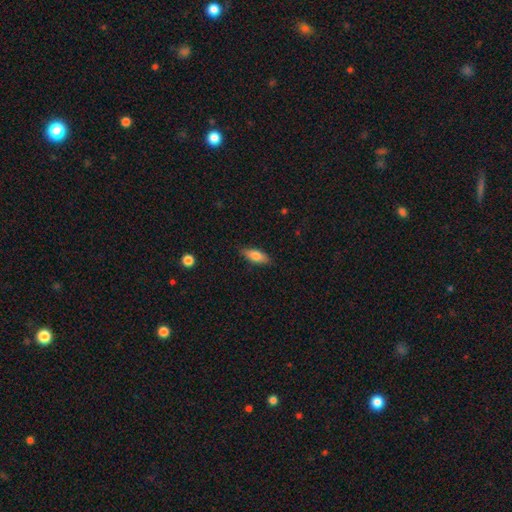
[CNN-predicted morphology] This appears to be a smooth galaxy with no disk features (78%) that is in between round and cigar-shaped (71%). Merging: none (84%).